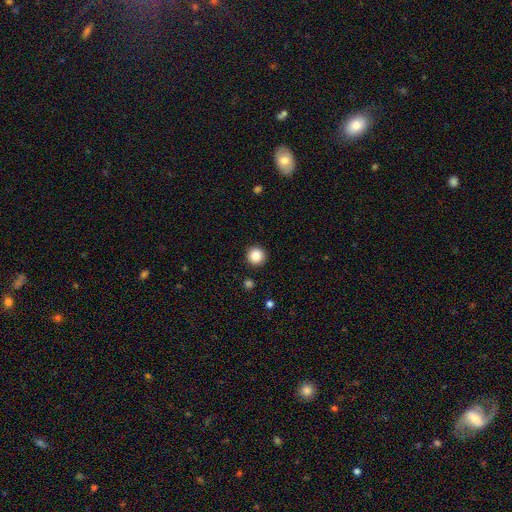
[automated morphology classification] A smooth galaxy with no disk features (87%) that is round (96%).

Vote fractions:
- Smooth or featured? smooth: 87% / star or artifact: 10% / featured or disk: 3%
- How rounded? round: 96% / in between: 3% / cigar-shaped: 1%
- Merging? none: 92% / minor disturbance: 5% / major disturbance: 2% / merger: 1%